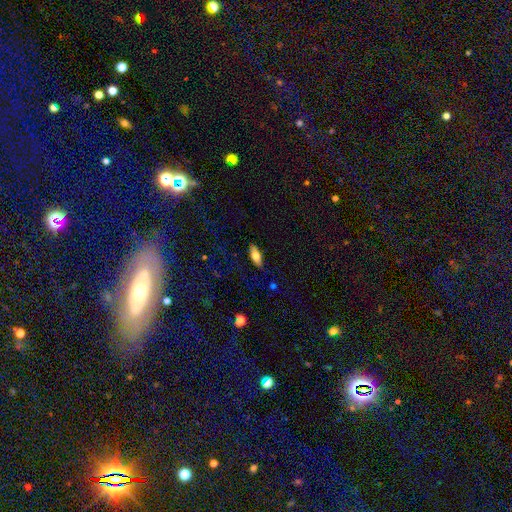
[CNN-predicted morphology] Smooth or featured? smooth (65%)
How rounded? in between (71%)
Merging? none (86%)